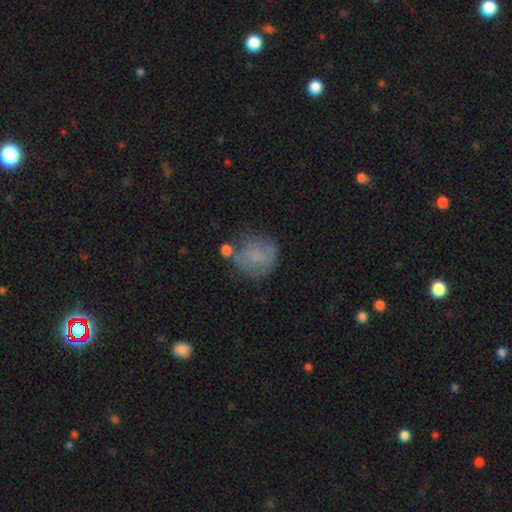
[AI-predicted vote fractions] Overall: smooth (67%). How rounded: round (85%). Merging: none (57%; minor disturbance 23%).